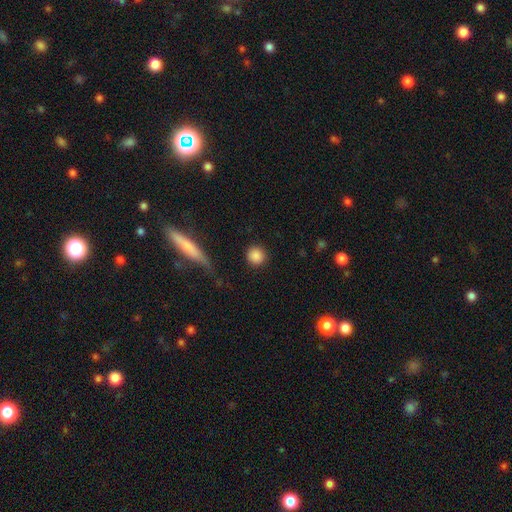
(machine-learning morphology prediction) The model was most divided on "smooth or featured": smooth: 87%, star or artifact: 8%, featured or disk: 5%. More confident: how rounded — round (93%); merging — none (88%).